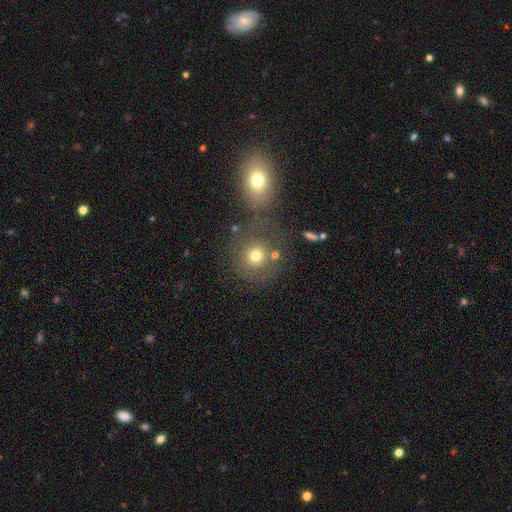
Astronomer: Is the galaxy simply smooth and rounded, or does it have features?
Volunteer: smooth — 73%.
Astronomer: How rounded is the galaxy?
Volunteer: round — 93%.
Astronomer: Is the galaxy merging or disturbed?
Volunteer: none — 77%.